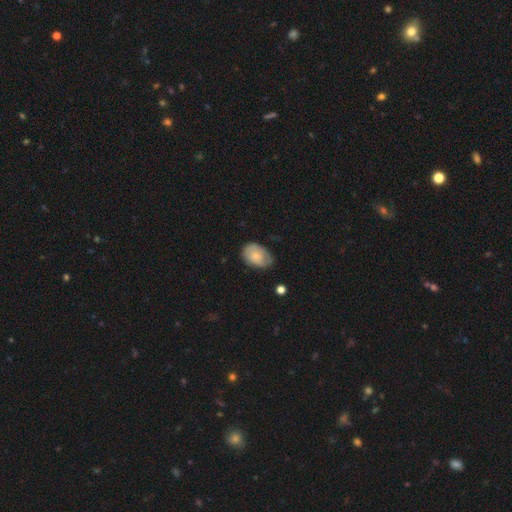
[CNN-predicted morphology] This is likely a smooth galaxy (65%). How rounded: clearly in between (84%). Merging: likely none (61%).